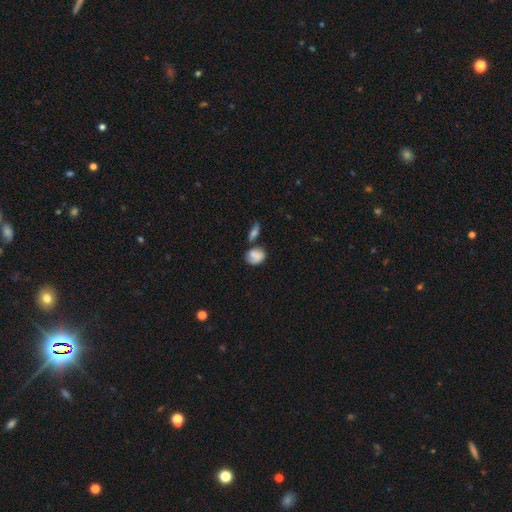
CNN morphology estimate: smooth 78%, featured or disk 14%, star or artifact 9%. Down the decision tree: how rounded — in between (55%); merging — none (50%).